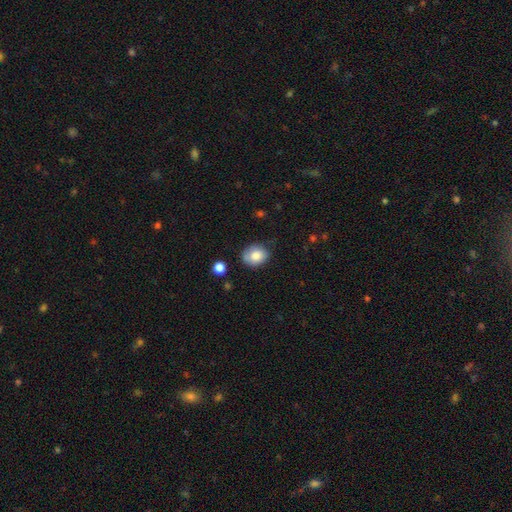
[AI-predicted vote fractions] Smooth or featured: smooth — 81% (featured or disk — 11%)
How rounded: round — 55% (in between — 44%)
Merging: none — 64% (minor disturbance — 26%)